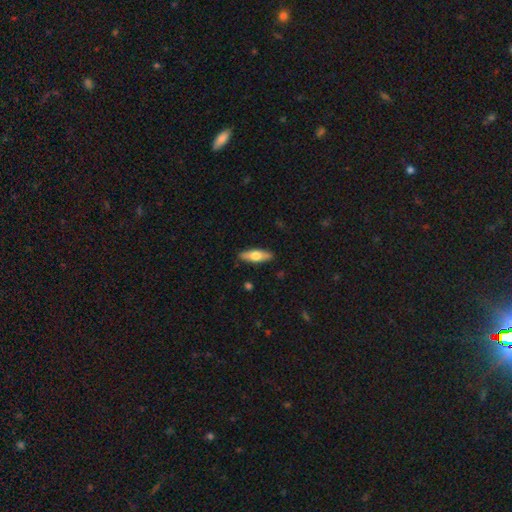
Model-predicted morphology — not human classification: smooth 59%, featured or disk 35%, star or artifact 6%. Down the decision tree: how rounded — in between (52%); merging — none (89%).